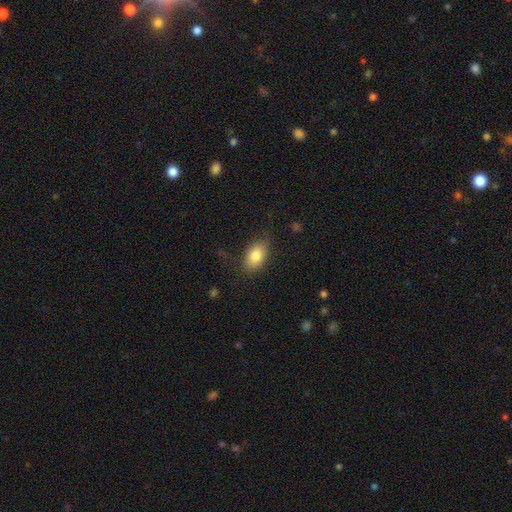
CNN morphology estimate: This appears to be a smooth galaxy with no disk features (82%) that is in between round and cigar-shaped (88%). Merging: none (76%).